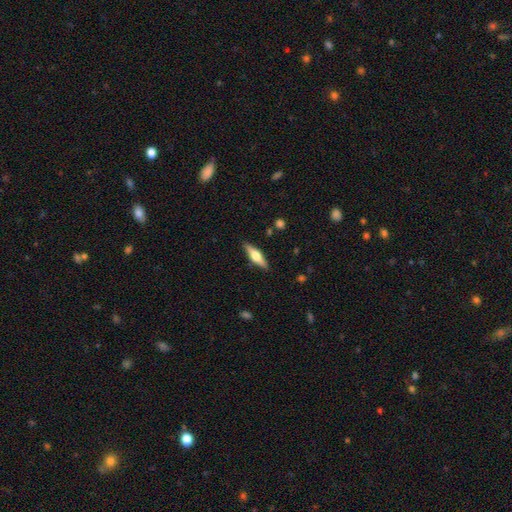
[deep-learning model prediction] smooth-or-featured: featured or disk: 54% | smooth: 40% | star or artifact: 6%
  disk-edge-on: yes: 95% | no: 5%
    edge-on-bulge: rounded: 92% | boxy: 5% | none: 2%
  merging: none: 89% | minor disturbance: 8% | major disturbance: 2% | merger: 1%